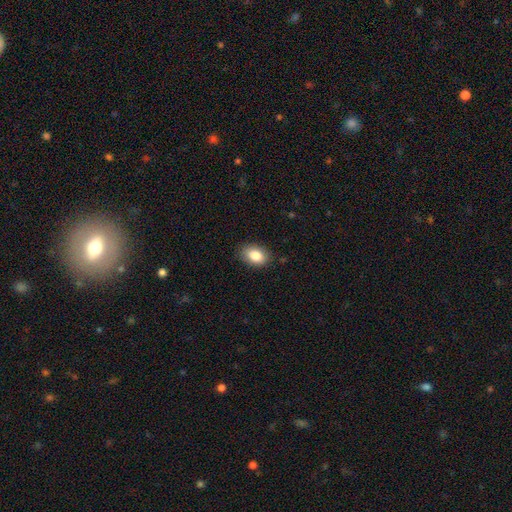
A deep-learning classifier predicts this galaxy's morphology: A smooth galaxy with no disk features (85%) that is in between round and cigar-shaped (85%).

Vote fractions:
- Smooth or featured? smooth: 85% / star or artifact: 8% / featured or disk: 8%
- How rounded? in between: 85% / round: 14% / cigar-shaped: 1%
- Merging? none: 86% / minor disturbance: 11% / major disturbance: 2% / merger: 1%